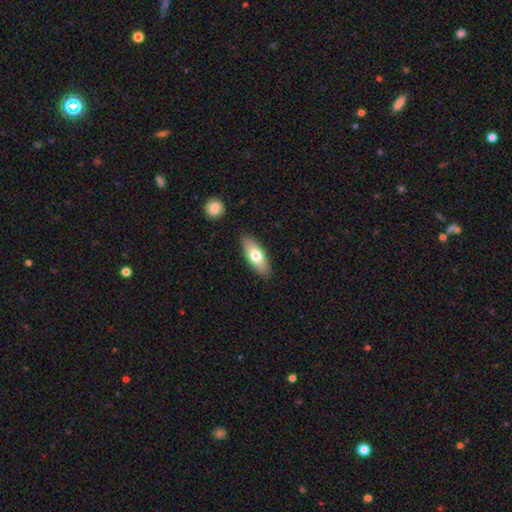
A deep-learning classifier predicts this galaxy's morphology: Smooth or featured? Predicted: smooth (p=0.71). How rounded? Predicted: in between (p=0.77). Merging? Predicted: none (p=0.86).